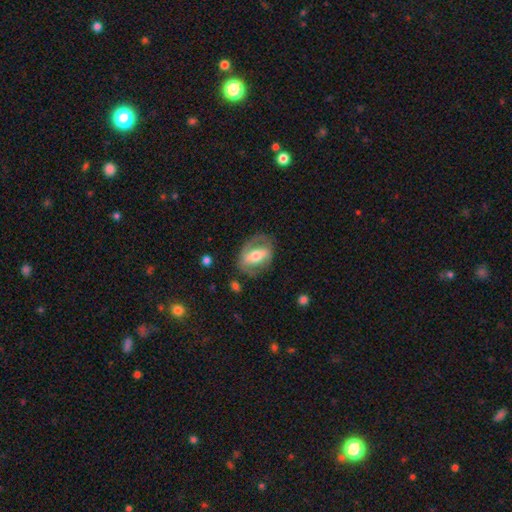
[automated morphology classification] featured or disk 62%, smooth 32%, star or artifact 6%. Down the decision tree: edge-on disk — no (88%); bar — strong (57%); spiral arms — no (53%); bulge size — moderate (65%); merging — none (67%).